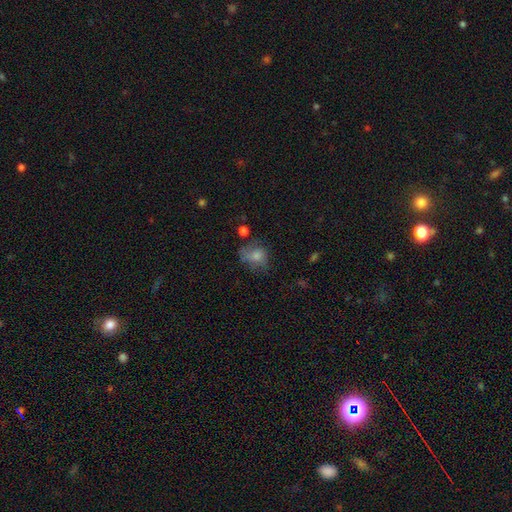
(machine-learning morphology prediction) Overall: smooth (66%). How rounded: round (50%; in between 49%). Merging: none (43%; minor disturbance 29%).